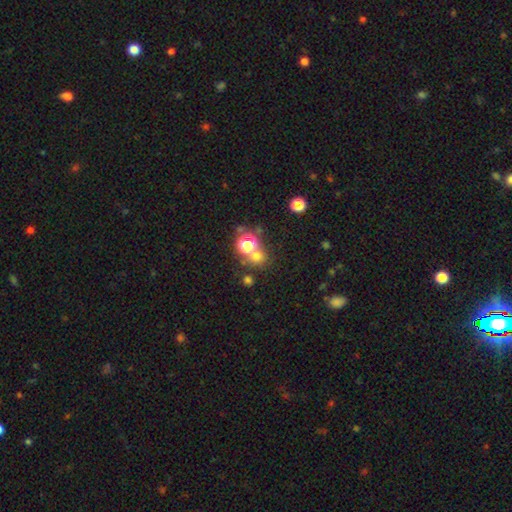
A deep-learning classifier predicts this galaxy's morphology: This appears to be a smooth galaxy with no disk features (63%) that is round (86%). Merging: none (65%).